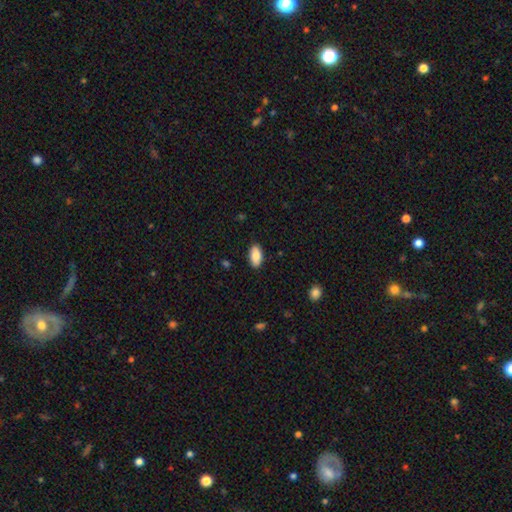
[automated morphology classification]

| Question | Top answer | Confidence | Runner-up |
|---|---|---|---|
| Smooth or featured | smooth | 87% | star or artifact (7%) |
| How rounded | in between | 94% | cigar-shaped (3%) |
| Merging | none | 88% | minor disturbance (9%) |